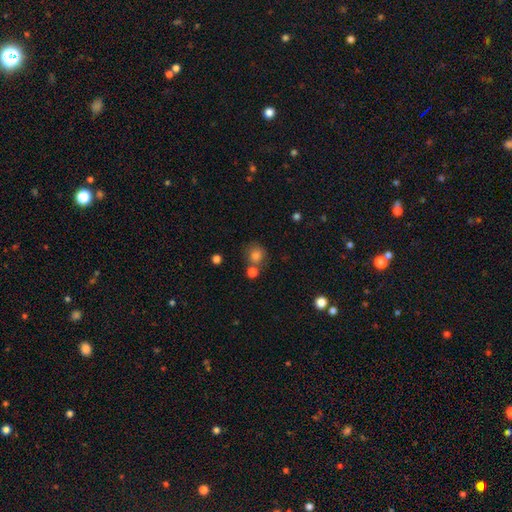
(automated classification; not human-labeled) Morphology: type=smooth (81%); roundness=round (84%); merging=none (60%).